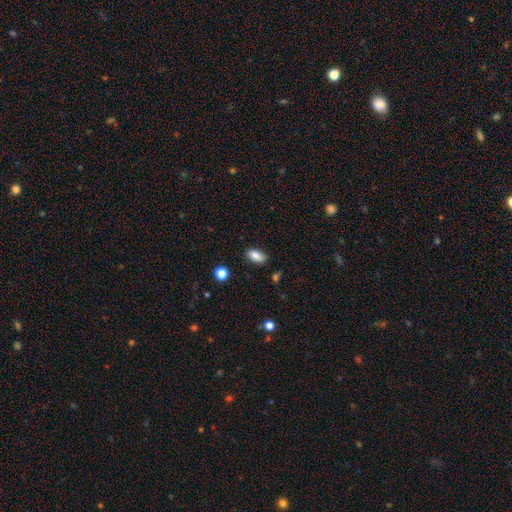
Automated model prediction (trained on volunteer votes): This appears to be a smooth galaxy with no disk features (84%) that is in between round and cigar-shaped (89%). Merging: none (80%).